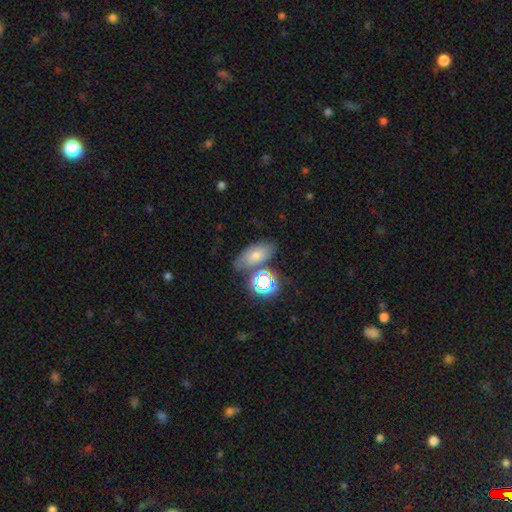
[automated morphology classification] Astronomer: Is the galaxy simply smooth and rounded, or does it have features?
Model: smooth — 53%.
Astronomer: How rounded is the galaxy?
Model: in between — 77%.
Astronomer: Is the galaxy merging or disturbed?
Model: none — 69%.